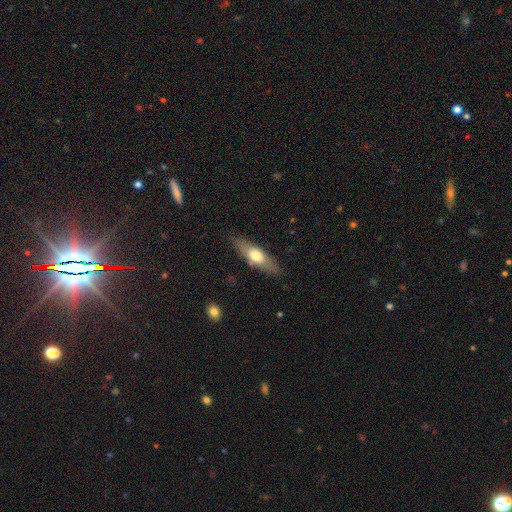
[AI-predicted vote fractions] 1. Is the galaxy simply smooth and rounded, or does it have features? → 56% smooth, 39% featured or disk, 6% star or artifact.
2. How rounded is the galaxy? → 53% cigar-shaped, 44% in between, 3% round.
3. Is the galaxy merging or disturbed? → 84% none, 12% minor disturbance, 3% major disturbance, 1% merger.